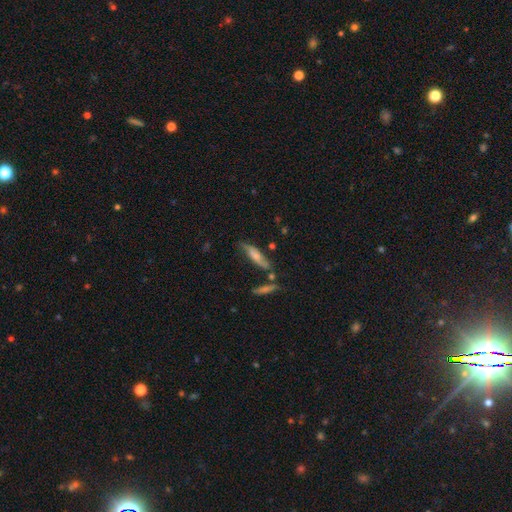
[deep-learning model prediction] A smooth galaxy with no disk features (56%) that is cigar-shaped (65%).

Vote fractions:
- Smooth or featured? smooth: 56% / featured or disk: 37% / star or artifact: 7%
- How rounded? cigar-shaped: 65% / in between: 33% / round: 2%
- Merging? none: 59% / minor disturbance: 24% / merger: 10% / major disturbance: 7%